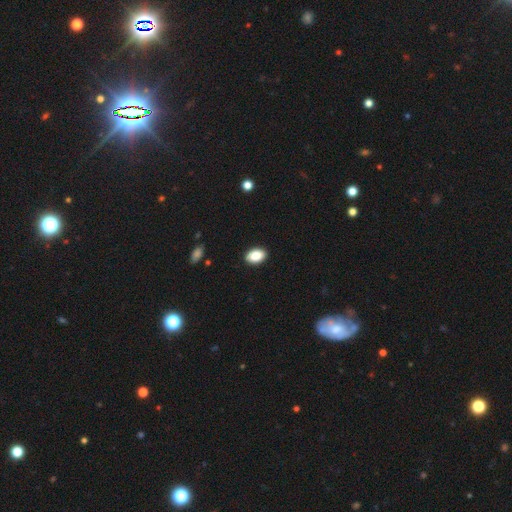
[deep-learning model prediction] Smooth or featured? smooth (87%)
How rounded? in between (90%)
Merging? none (90%)